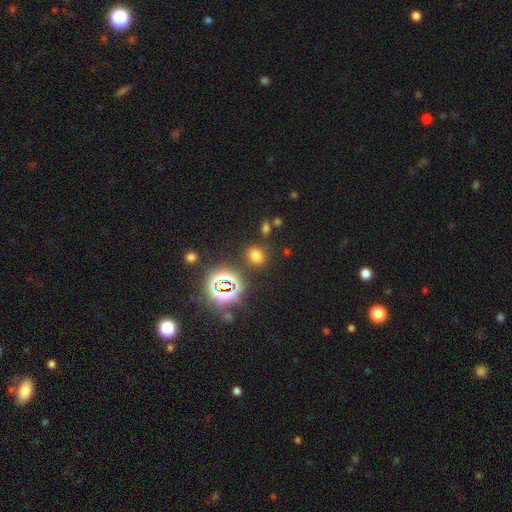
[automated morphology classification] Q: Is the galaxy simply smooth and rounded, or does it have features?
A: smooth — 65%.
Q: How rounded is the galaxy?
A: round — 53%.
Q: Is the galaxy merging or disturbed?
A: none — 82%.